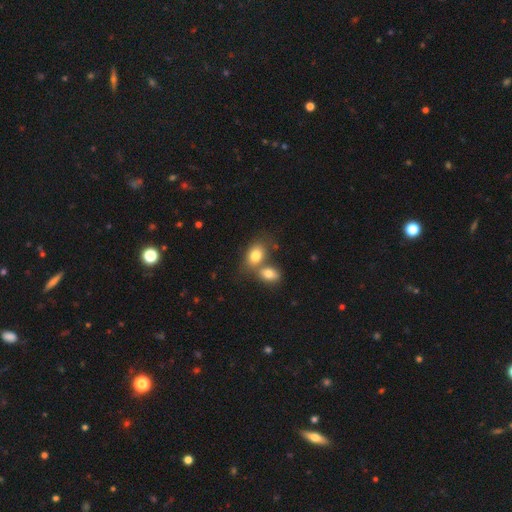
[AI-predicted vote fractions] Overall: smooth (78%). How rounded: in between (77%). Merging: merger (53%; none 34%).